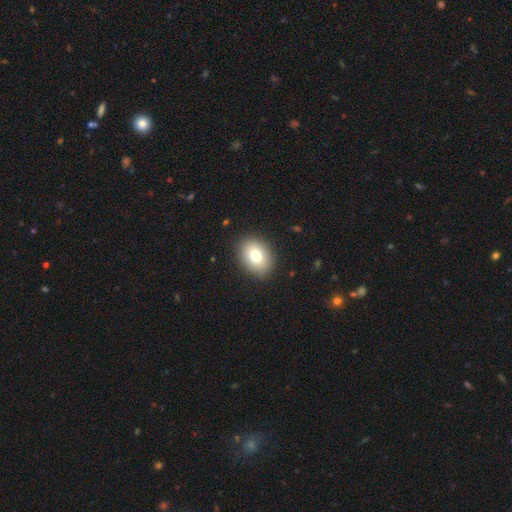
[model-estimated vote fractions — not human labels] Morphology: type=smooth (79%); roundness=in between (66%); merging=none (89%).